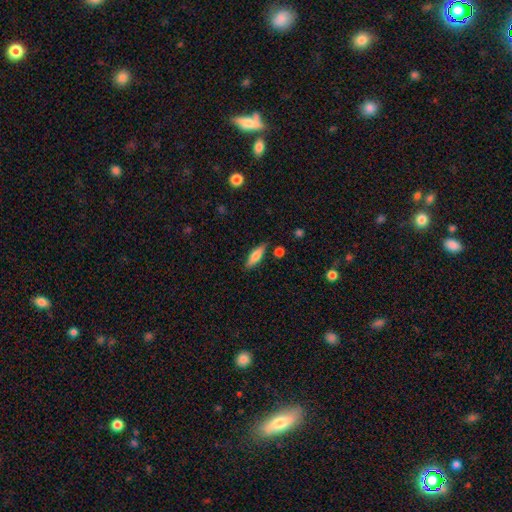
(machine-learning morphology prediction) smooth 66%, featured or disk 27%, star or artifact 7%. Down the decision tree: how rounded — cigar-shaped (59%); merging — none (83%).